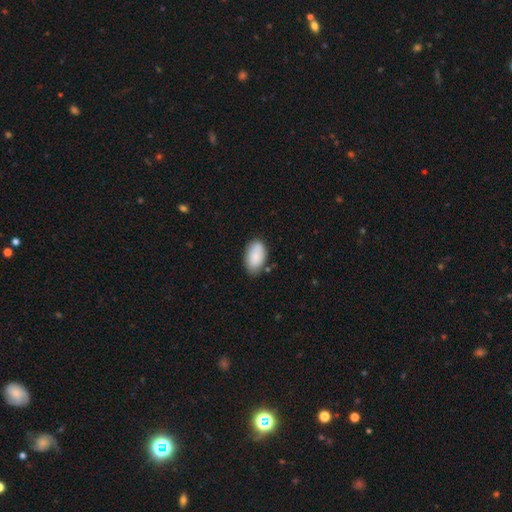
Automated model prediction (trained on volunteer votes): Smooth or featured? smooth (86%)
How rounded? in between (94%)
Merging? none (75%)